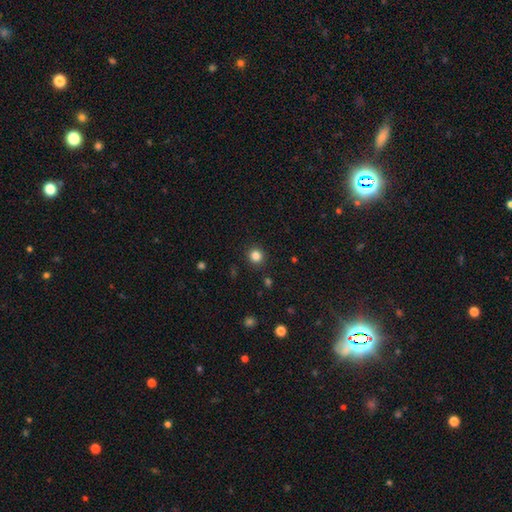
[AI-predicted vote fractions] The model was most divided on "smooth or featured": smooth: 83%, star or artifact: 12%, featured or disk: 5%. More confident: merging — none (91%); how rounded — round (91%).